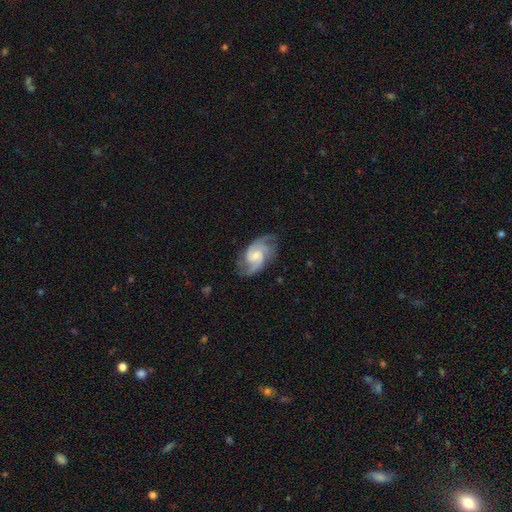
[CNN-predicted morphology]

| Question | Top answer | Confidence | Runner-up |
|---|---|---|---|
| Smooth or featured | featured or disk | 86% | smooth (9%) |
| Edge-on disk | no | 97% | yes (3%) |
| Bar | no | 49% | weak (44%) |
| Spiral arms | yes | 97% | no (3%) |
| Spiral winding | medium | 54% | tight (29%) |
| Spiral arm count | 2 | 51% | 3 (29%) |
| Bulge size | moderate | 38% | small (37%) |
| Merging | none | 72% | minor disturbance (19%) |